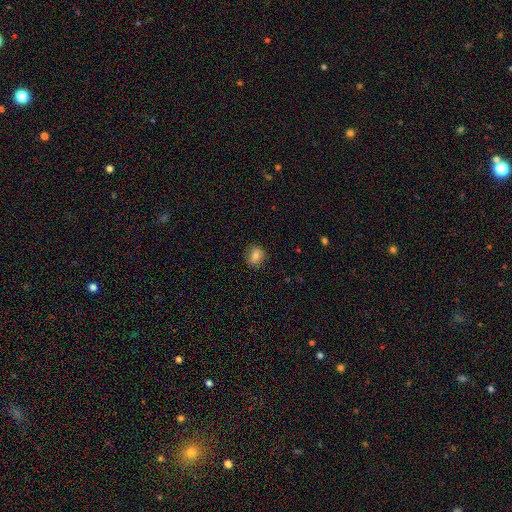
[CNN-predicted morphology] Overall: smooth (79%). How rounded: round (69%; in between 30%). Merging: none (86%).